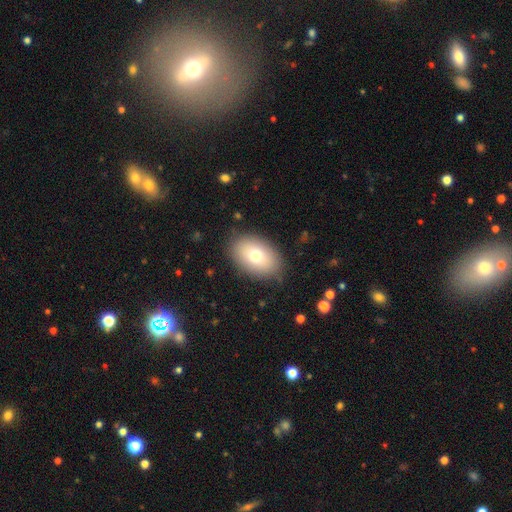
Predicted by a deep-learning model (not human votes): Morphology: type=smooth (74%); roundness=in between (85%); merging=none (85%).